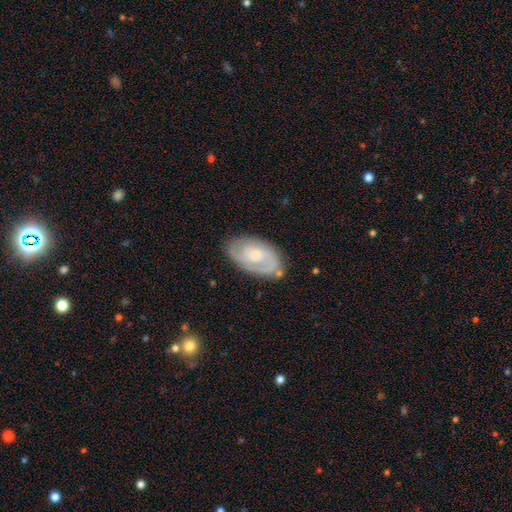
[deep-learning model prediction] This appears to be a featured or disk galaxy (75%) with no bar (66%), 2 (54%) tight (54%) spiral arms (90%) and a small central bulge (44%). Merging: none (76%).